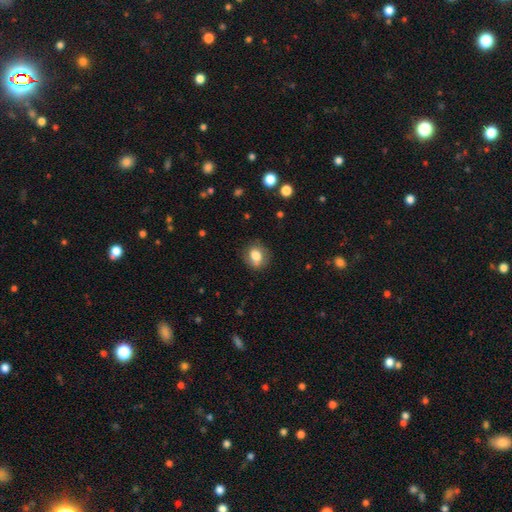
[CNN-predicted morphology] This is likely a smooth galaxy (77%). How rounded: likely round (63%). Merging: likely none (79%).